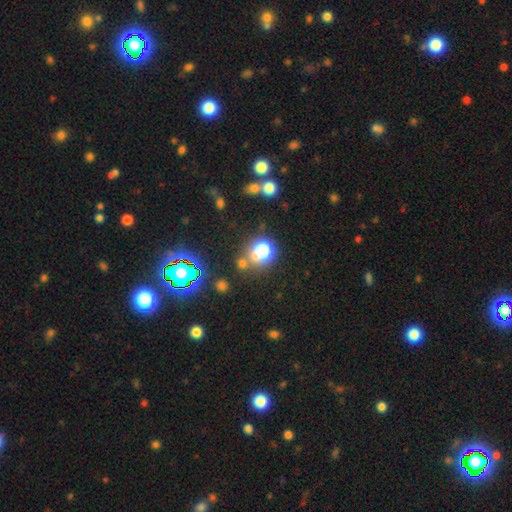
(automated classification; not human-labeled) smooth-or-featured: smooth: 59% | star or artifact: 28% | featured or disk: 13%
  how-rounded: round: 79% | in between: 20% | cigar-shaped: 1%
  merging: none: 52% | merger: 29% | minor disturbance: 11% | major disturbance: 7%